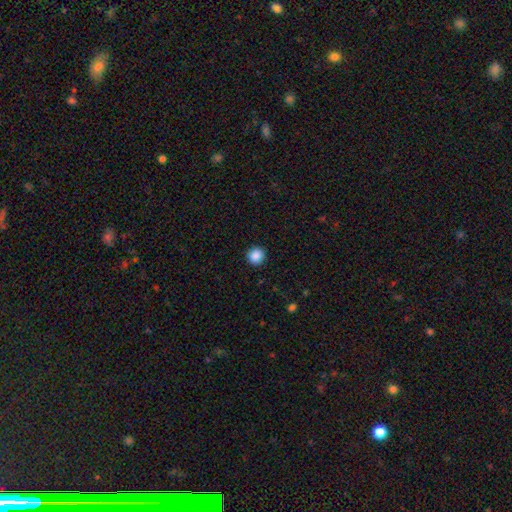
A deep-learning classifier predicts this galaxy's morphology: Smooth or featured? smooth (88%)
How rounded? round (94%)
Merging? none (92%)